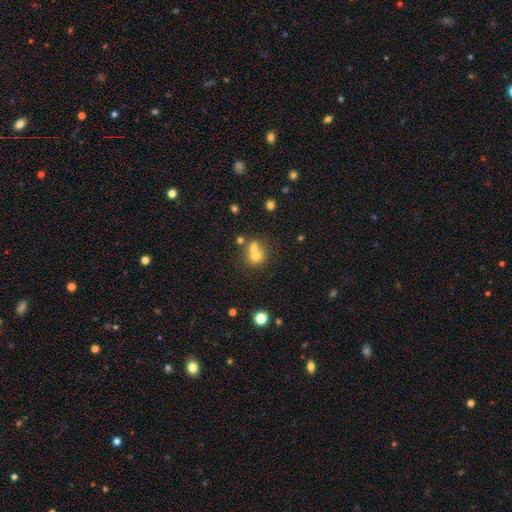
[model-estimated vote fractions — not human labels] smooth_or_featured: smooth (p=0.67) [alt: featured or disk p=0.19]
how_rounded: round (p=0.80) [alt: in between p=0.19]
merging: merger (p=0.55) [alt: none p=0.35]